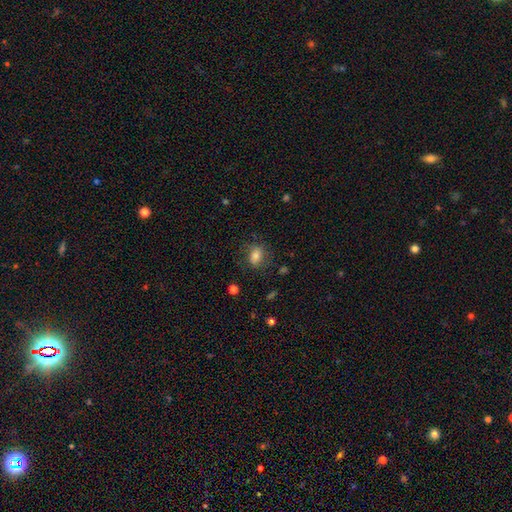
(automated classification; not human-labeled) Smooth or featured: smooth — 74% (featured or disk — 16%)
How rounded: in between — 69% (round — 29%)
Merging: none — 70% (minor disturbance — 19%)